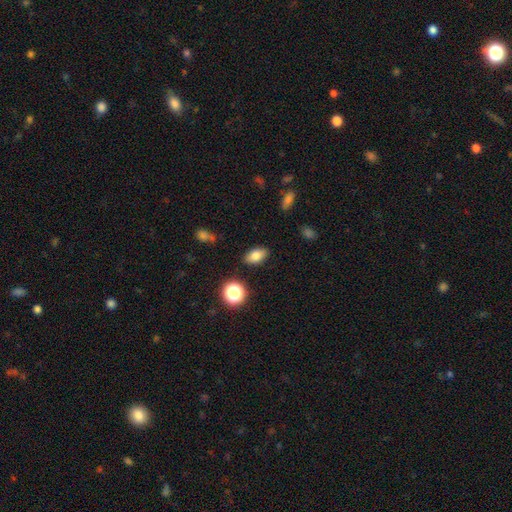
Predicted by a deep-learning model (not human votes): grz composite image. It shows a smooth galaxy with no disk features (80%) that is in between round and cigar-shaped (88%). Merging: none (86%).